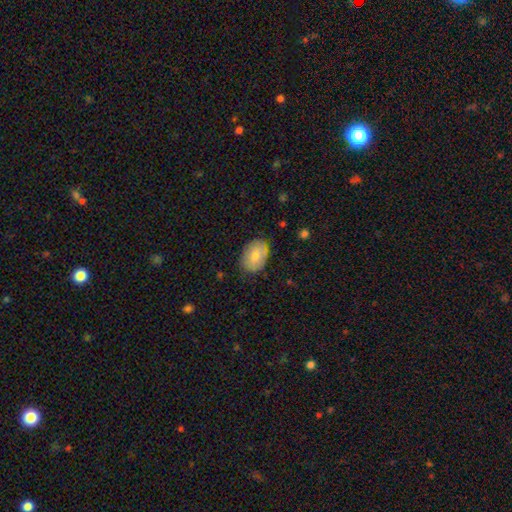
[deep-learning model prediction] Smooth or featured: smooth — 76% (featured or disk — 18%)
How rounded: in between — 84% (round — 15%)
Merging: none — 79% (minor disturbance — 16%)